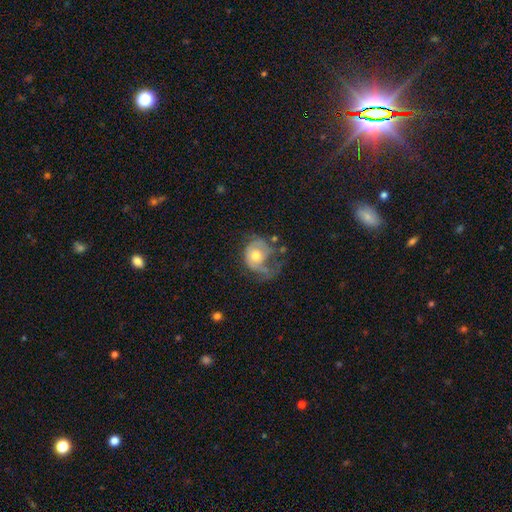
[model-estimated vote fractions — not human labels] Smooth or featured? featured or disk (52%)
Edge-on disk? no (97%)
Bar? no (81%)
Spiral arms? yes (65%)
Bulge size? moderate (66%)
Merging? major disturbance (49%)